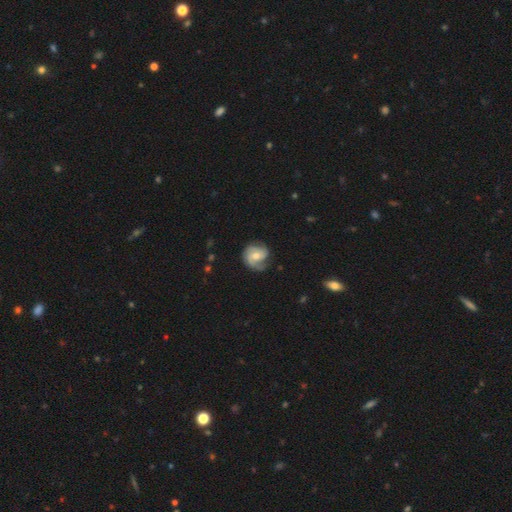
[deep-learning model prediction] smooth-or-featured: featured or disk: 76% | smooth: 18% | star or artifact: 6%
  disk-edge-on: no: 98% | yes: 2%
    bar: no: 58% | weak: 34% | strong: 7%
    has-spiral-arms: yes: 94% | no: 6%
      spiral-winding: medium: 42% | tight: 38% | loose: 19%
      spiral-arm-count: 2: 46% | 3: 22% | 1: 13% | can't tell: 13% | 4: 3% | more than 4: 3%
    bulge-size: moderate: 61% | small: 34% | large: 3% | none: 1% | dominant: 1%
  merging: none: 67% | minor disturbance: 22% | major disturbance: 9% | merger: 2%